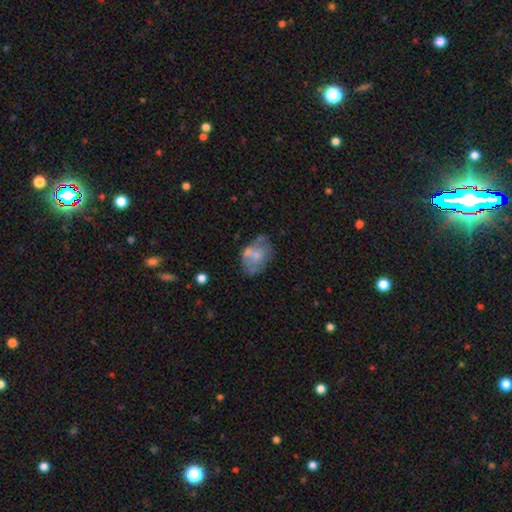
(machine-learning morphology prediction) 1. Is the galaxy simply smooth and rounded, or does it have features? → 50% smooth, 41% featured or disk, 9% star or artifact.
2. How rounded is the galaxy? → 78% in between, 21% round, 1% cigar-shaped.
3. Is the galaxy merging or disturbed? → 41% none, 26% minor disturbance, 18% major disturbance, 15% merger.